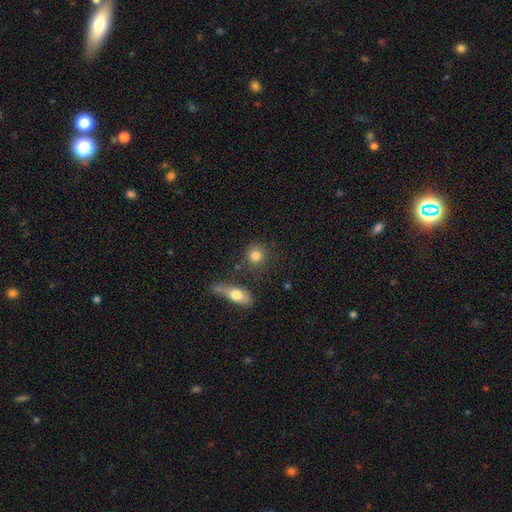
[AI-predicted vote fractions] A smooth galaxy with no disk features (82%) that is round (87%). Merging: none (79%).